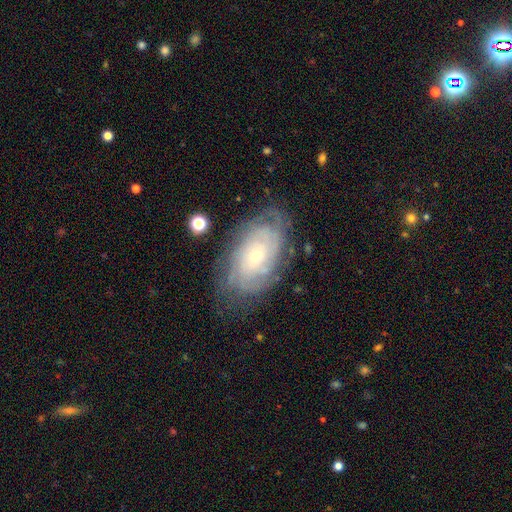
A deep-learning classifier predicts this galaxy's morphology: Q: Smooth or featured?
A: featured or disk (77%); runner-up: smooth (16%)
Q: Edge-on disk?
A: no (95%); runner-up: yes (5%)
Q: Bar?
A: no (76%); runner-up: weak (20%)
Q: Spiral arms?
A: yes (91%); runner-up: no (9%)
Q: Spiral winding?
A: tight (73%); runner-up: medium (21%)
Q: Spiral arm count?
A: can't tell (54%); runner-up: 4 (13%)
Q: Bulge size?
A: small (70%); runner-up: moderate (26%)
Q: Merging?
A: none (74%); runner-up: minor disturbance (18%)